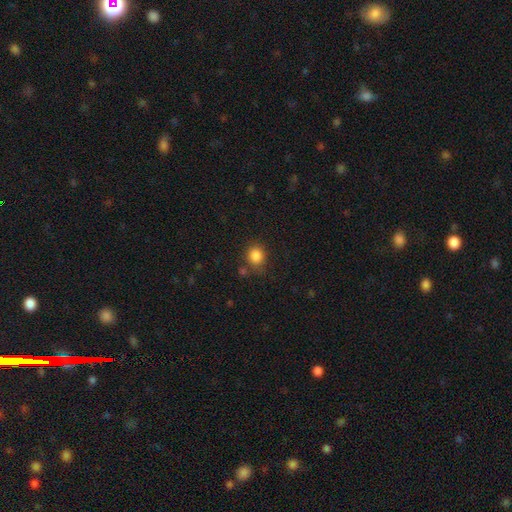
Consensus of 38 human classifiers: smooth 89%, star or artifact 11%, featured or disk 0%. Down the decision tree: how rounded — round (79%); merging — none (79%).